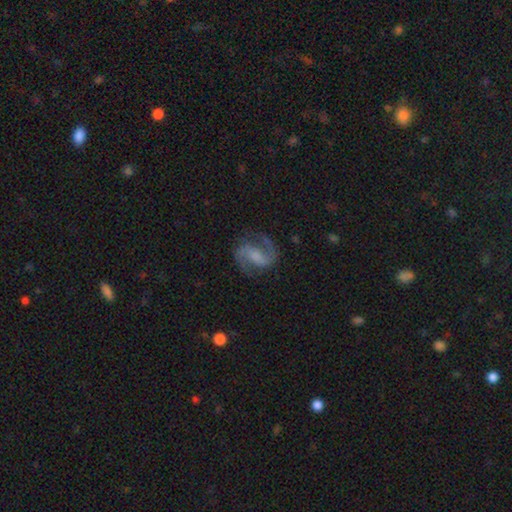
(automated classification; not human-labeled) Smooth or featured?
  - featured or disk: 88% *
  - smooth: 6%
  - star or artifact: 5%
Edge-on disk?
  - no: 98% *
  - yes: 2%
Bar?
  - weak: 47% *
  - no: 27%
  - strong: 26%
Spiral arms?
  - yes: 97% *
  - no: 3%
Spiral winding?
  - medium: 60% *
  - loose: 25%
  - tight: 15%
Spiral arm count?
  - 2: 93% *
  - can't tell: 2%
  - 1: 1%
  - 3: 1%
  - 4: 1%
  - more than 4: 1%
Bulge size?
  - none: 35% *
  - small: 28%
  - moderate: 26%
  - large: 9%
  - dominant: 2%
Merging?
  - none: 79% *
  - minor disturbance: 13%
  - major disturbance: 7%
  - merger: 1%